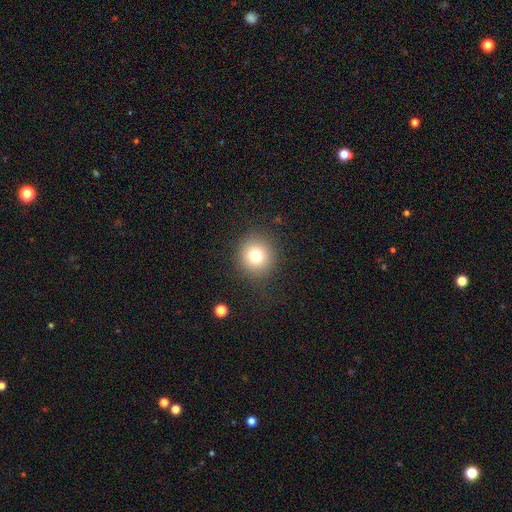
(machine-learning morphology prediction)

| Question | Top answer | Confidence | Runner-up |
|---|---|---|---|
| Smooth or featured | smooth | 76% | star or artifact (14%) |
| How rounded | round | 92% | in between (7%) |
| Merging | none | 88% | minor disturbance (7%) |